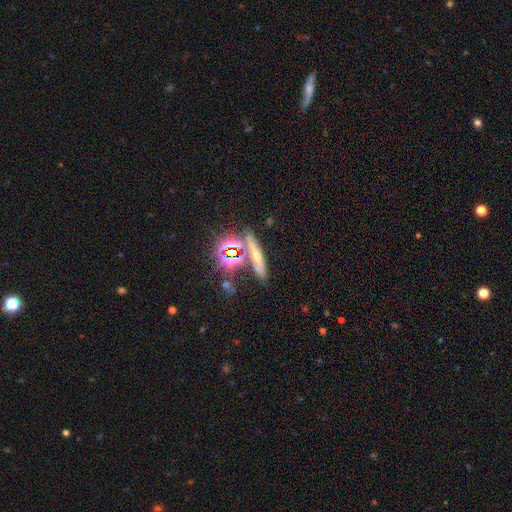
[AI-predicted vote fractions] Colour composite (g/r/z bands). It shows a smooth galaxy with no disk features (38%). Merging: none (75%).